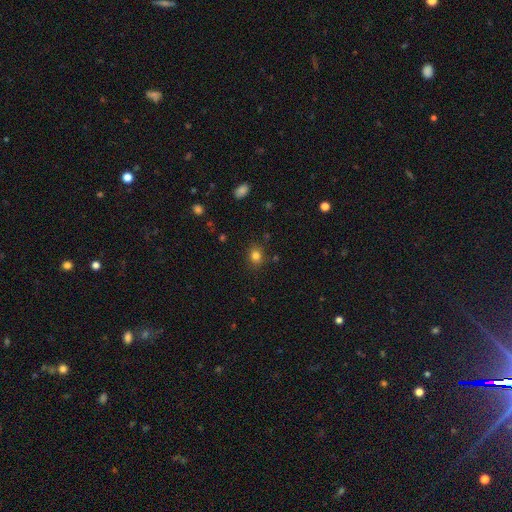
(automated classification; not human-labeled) Smooth or featured?
  - smooth: 81% *
  - star or artifact: 13%
  - featured or disk: 6%
How rounded?
  - round: 63% *
  - in between: 36%
  - cigar-shaped: 1%
Merging?
  - none: 85% *
  - minor disturbance: 10%
  - major disturbance: 3%
  - merger: 2%